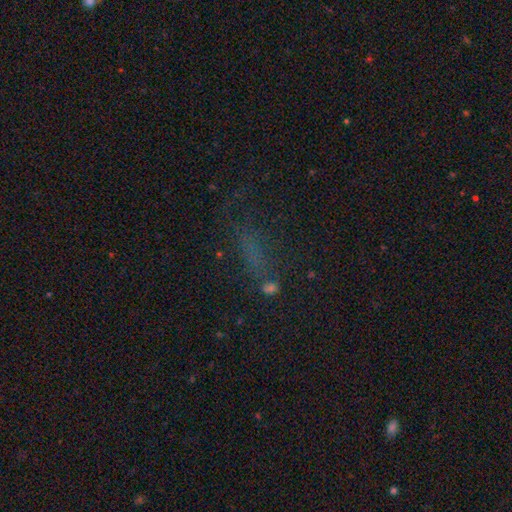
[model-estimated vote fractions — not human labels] This is possibly a smooth galaxy (45%). Merging: possibly none (49%).